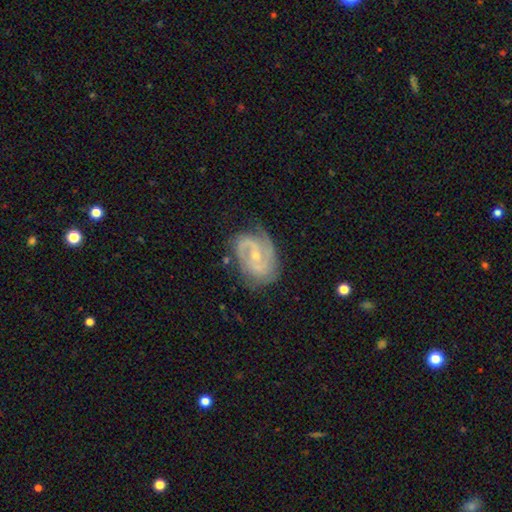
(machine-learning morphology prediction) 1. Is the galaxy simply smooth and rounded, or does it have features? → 87% featured or disk, 8% smooth, 6% star or artifact.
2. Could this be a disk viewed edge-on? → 97% no, 3% yes.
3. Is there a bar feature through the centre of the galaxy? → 45% no, 43% weak, 12% strong.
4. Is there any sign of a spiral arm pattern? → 96% yes, 4% no.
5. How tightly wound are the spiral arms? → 47% medium, 40% tight, 13% loose.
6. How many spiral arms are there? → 72% 2, 10% 3, 9% can't tell, 5% 1, 2% 4, 2% more than 4.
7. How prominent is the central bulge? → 62% small, 34% moderate, 2% none, 1% large, 1% dominant.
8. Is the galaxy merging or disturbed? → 68% none, 22% minor disturbance, 9% major disturbance, 2% merger.